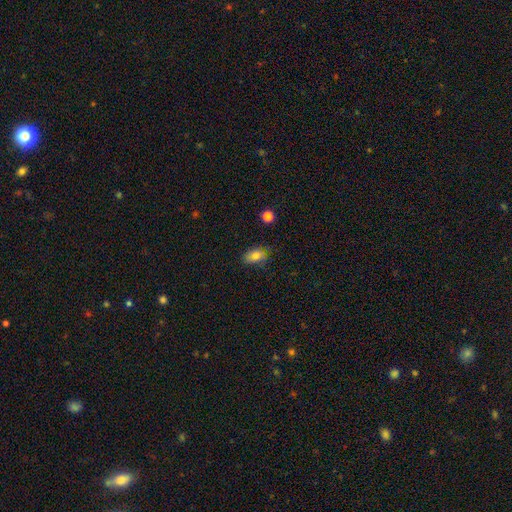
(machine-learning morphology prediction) smooth-or-featured: smooth: 72% | featured or disk: 18% | star or artifact: 10%
  how-rounded: in between: 87% | round: 11% | cigar-shaped: 3%
  merging: none: 70% | minor disturbance: 23% | major disturbance: 5% | merger: 2%